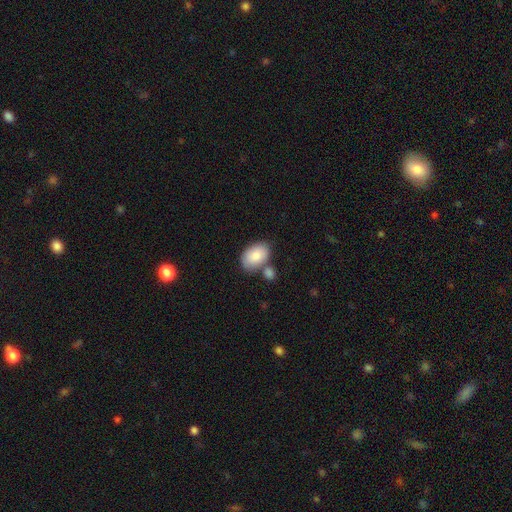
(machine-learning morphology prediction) smooth-or-featured: smooth: 84% | featured or disk: 10% | star or artifact: 6%
  how-rounded: in between: 88% | round: 10% | cigar-shaped: 1%
  merging: none: 58% | merger: 21% | minor disturbance: 16% | major disturbance: 5%